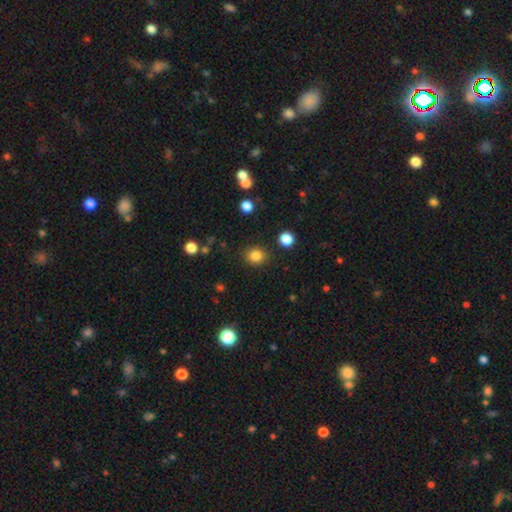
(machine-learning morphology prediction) Overall: smooth (84%). How rounded: round (83%). Merging: none (88%).